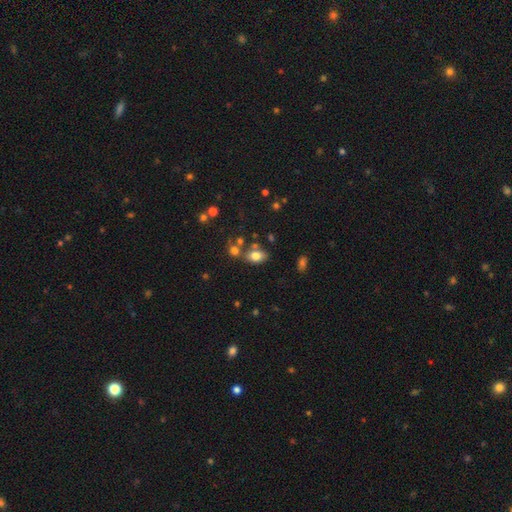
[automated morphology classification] This is likely a smooth galaxy (78%). How rounded: clearly in between (83%). Merging: possibly none (59%).